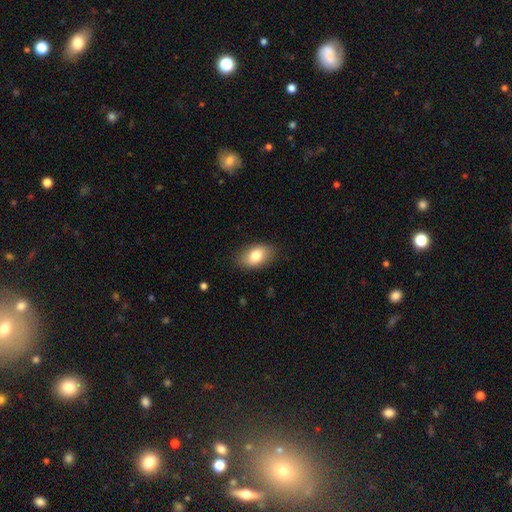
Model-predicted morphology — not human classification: type=smooth (79%); roundness=in between (90%); merging=none (86%).